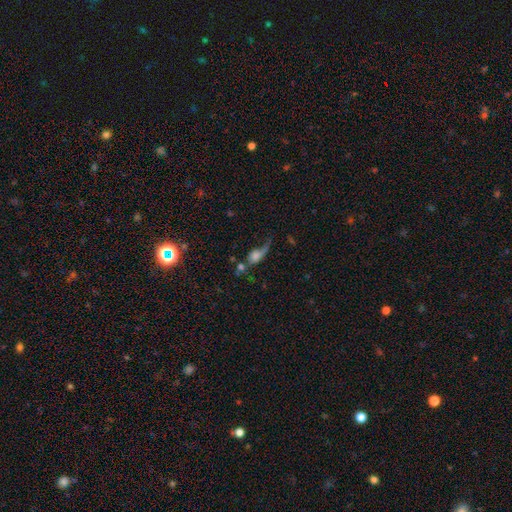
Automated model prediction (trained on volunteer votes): Smooth or featured: smooth — 50% (featured or disk — 37%)
Merging: major disturbance — 41% (none — 23%)